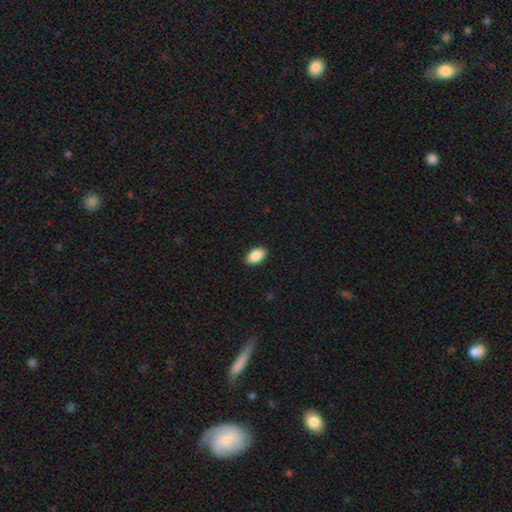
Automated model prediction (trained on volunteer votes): This appears to be a smooth galaxy with no disk features (89%) that is in between round and cigar-shaped (93%). Merging: none (91%).